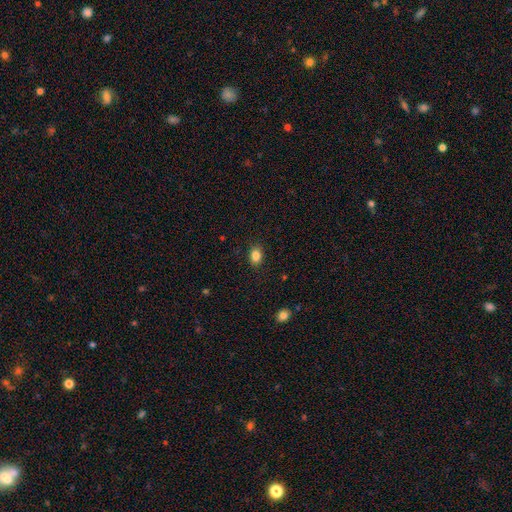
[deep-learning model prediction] Smooth or featured? Predicted: smooth (p=0.85). How rounded? Predicted: in between (p=0.69). Merging? Predicted: none (p=0.88).